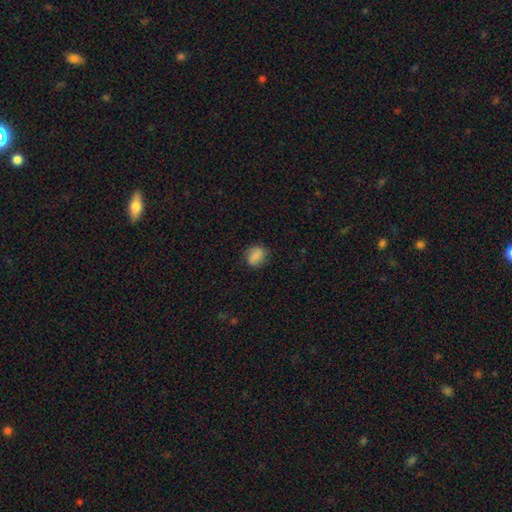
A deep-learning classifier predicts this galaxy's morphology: type=smooth (82%); roundness=in between (50%); merging=none (78%).